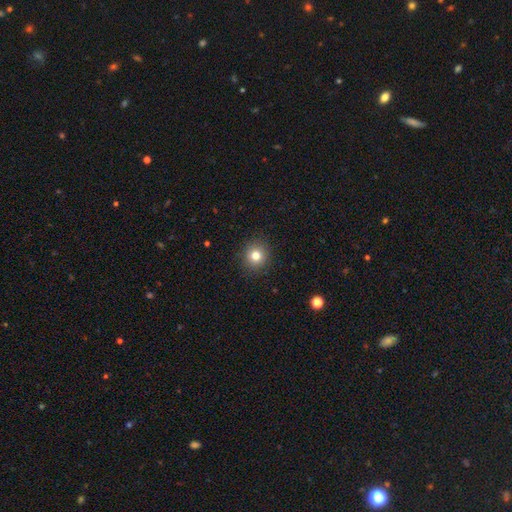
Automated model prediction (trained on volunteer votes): Q: Smooth or featured?
A: smooth (80%); runner-up: star or artifact (12%)
Q: How rounded?
A: round (88%); runner-up: in between (11%)
Q: Merging?
A: none (90%); runner-up: minor disturbance (6%)